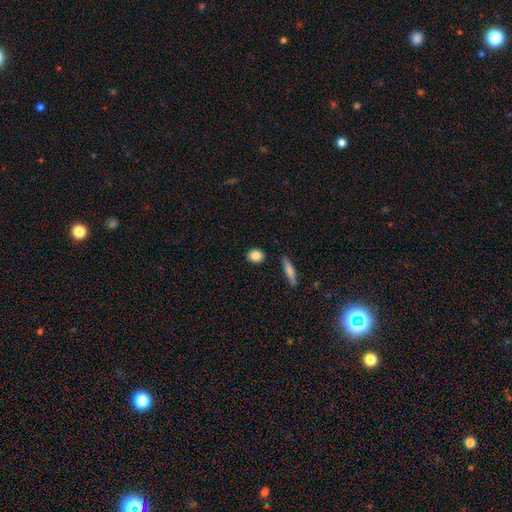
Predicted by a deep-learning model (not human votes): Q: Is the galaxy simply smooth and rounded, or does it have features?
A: smooth — 85%.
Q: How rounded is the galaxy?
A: in between — 50%.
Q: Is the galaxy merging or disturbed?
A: none — 87%.